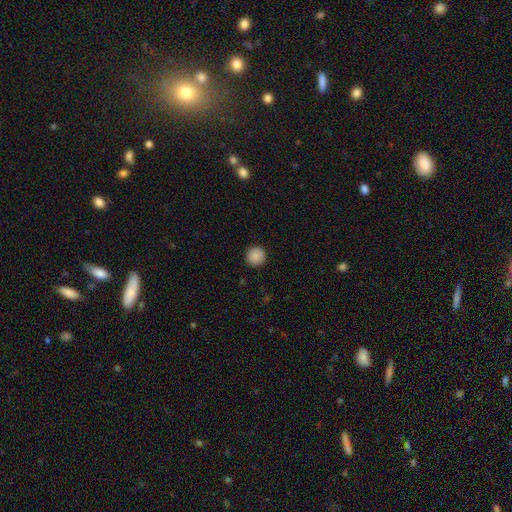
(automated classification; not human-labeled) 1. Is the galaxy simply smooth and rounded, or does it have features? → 88% smooth, 8% star or artifact, 4% featured or disk.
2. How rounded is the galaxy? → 95% round, 4% in between, 1% cigar-shaped.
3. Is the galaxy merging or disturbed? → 92% none, 5% minor disturbance, 2% major disturbance, 1% merger.